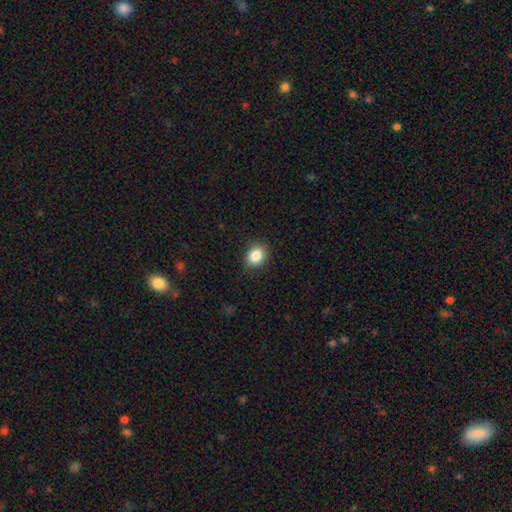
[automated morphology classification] smooth 86%, star or artifact 9%, featured or disk 5%. Down the decision tree: how rounded — round (51%); merging — none (88%).